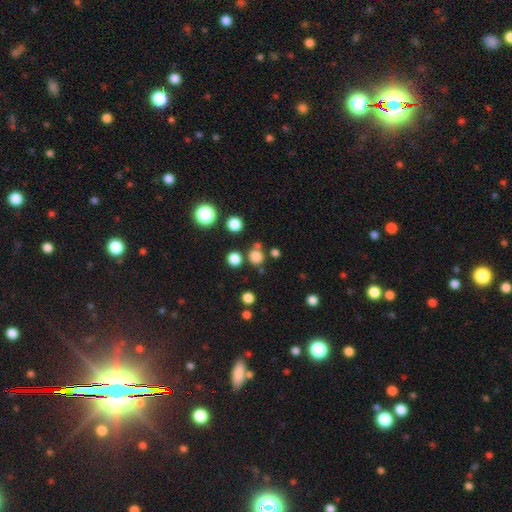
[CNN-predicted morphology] type=smooth (78%); roundness=round (88%); merging=none (75%).